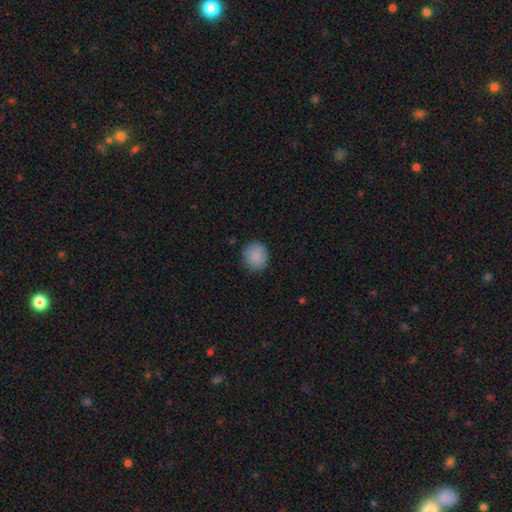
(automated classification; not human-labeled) smooth 88%, star or artifact 8%, featured or disk 4%. Down the decision tree: how rounded — round (85%); merging — none (86%).